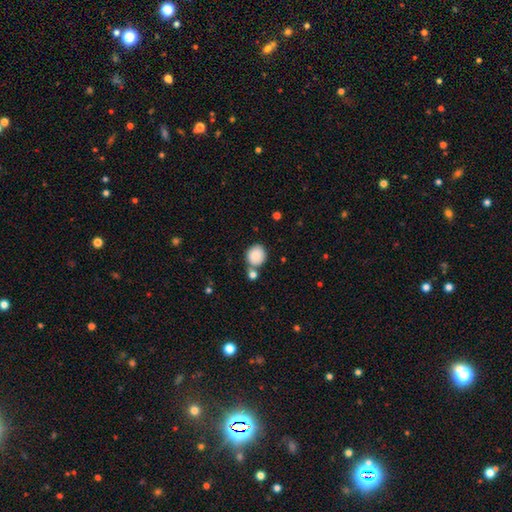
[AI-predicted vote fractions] smooth 86%, star or artifact 8%, featured or disk 6%. Down the decision tree: how rounded — round (78%); merging — none (66%).